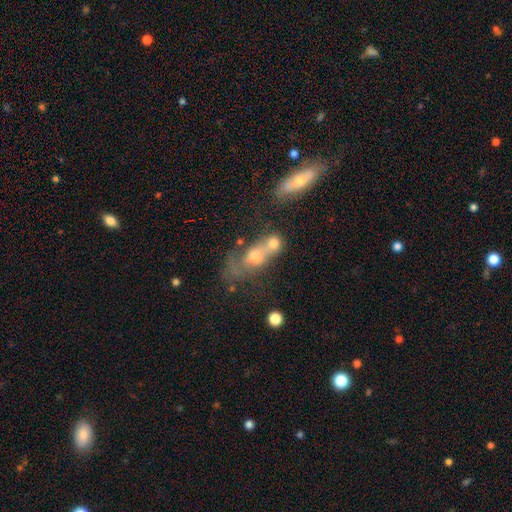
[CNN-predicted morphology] smooth-or-featured: smooth: 50% | featured or disk: 35% | star or artifact: 15%
  merging: merger: 58% | none: 19% | major disturbance: 12% | minor disturbance: 10%